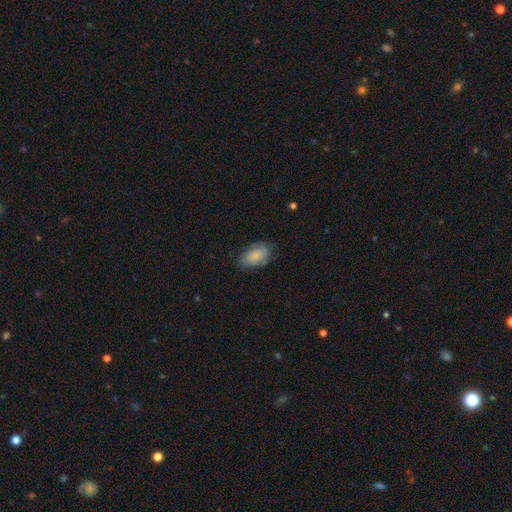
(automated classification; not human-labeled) Smooth or featured?
  - smooth: 78% *
  - featured or disk: 15%
  - star or artifact: 7%
How rounded?
  - in between: 92% *
  - round: 6%
  - cigar-shaped: 2%
Merging?
  - none: 66% *
  - minor disturbance: 25%
  - major disturbance: 7%
  - merger: 1%